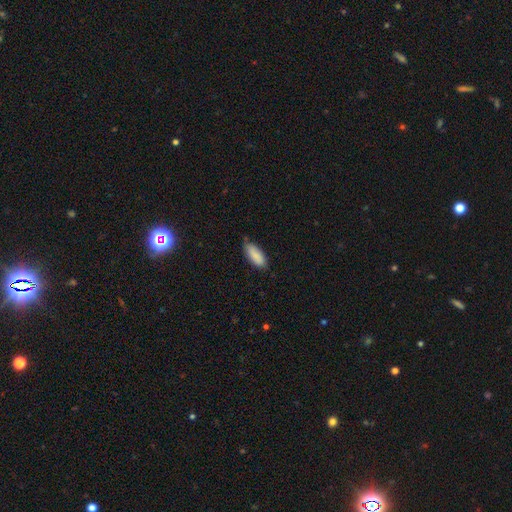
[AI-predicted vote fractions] smooth_or_featured: smooth (p=0.88) [alt: star or artifact p=0.06]
how_rounded: in between (p=0.82) [alt: cigar-shaped p=0.16]
merging: none (p=0.74) [alt: minor disturbance p=0.22]